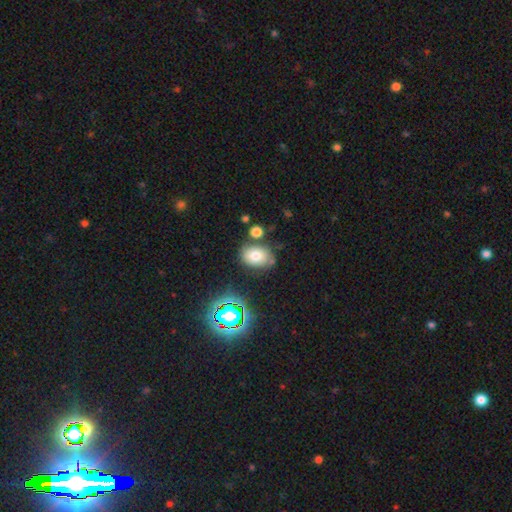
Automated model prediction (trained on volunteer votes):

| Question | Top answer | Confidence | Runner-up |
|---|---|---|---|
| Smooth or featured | smooth | 72% | star or artifact (15%) |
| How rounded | in between | 72% | round (27%) |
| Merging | none | 71% | minor disturbance (14%) |